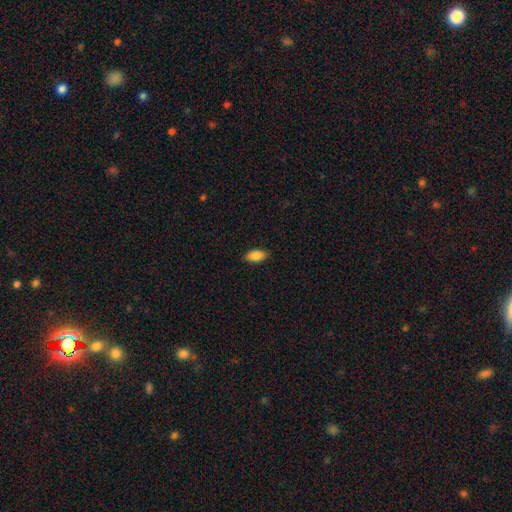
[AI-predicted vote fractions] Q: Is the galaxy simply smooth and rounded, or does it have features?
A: smooth — 87%.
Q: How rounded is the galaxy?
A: in between — 91%.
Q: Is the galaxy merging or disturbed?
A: none — 87%.